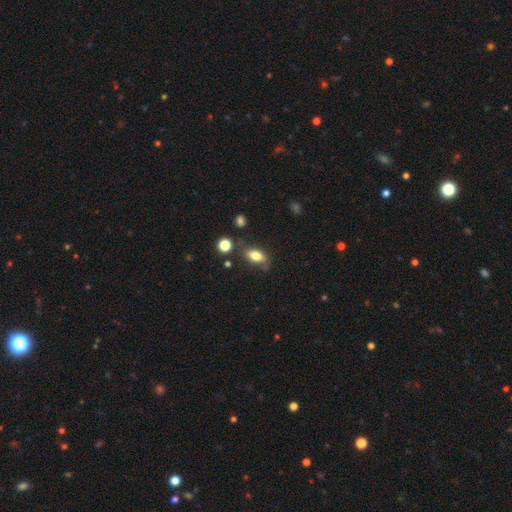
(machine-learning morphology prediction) Smooth or featured? smooth (78%)
How rounded? in between (86%)
Merging? none (66%)